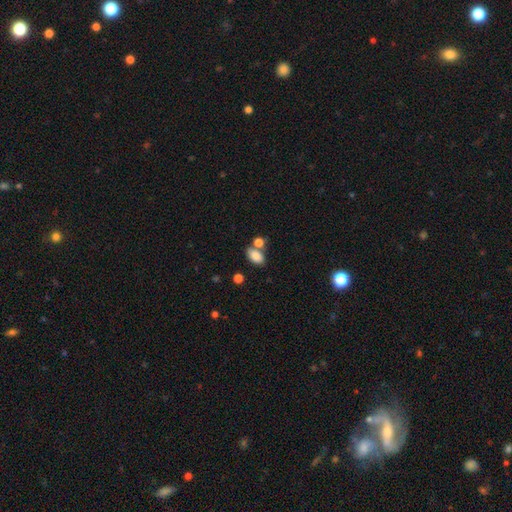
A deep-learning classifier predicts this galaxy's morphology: A smooth galaxy with no disk features (83%) that is in between round and cigar-shaped (89%).

Vote fractions:
- Smooth or featured? smooth: 83% / star or artifact: 9% / featured or disk: 8%
- How rounded? in between: 89% / round: 9% / cigar-shaped: 2%
- Merging? none: 58% / merger: 26% / minor disturbance: 13% / major disturbance: 4%